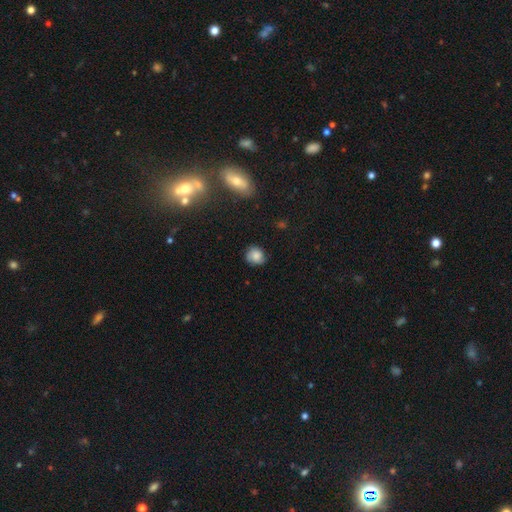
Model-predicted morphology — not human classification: Smooth or featured?
  - smooth: 67% *
  - featured or disk: 24%
  - star or artifact: 10%
How rounded?
  - round: 76% *
  - in between: 23%
  - cigar-shaped: 1%
Merging?
  - none: 71% *
  - minor disturbance: 21%
  - major disturbance: 6%
  - merger: 2%